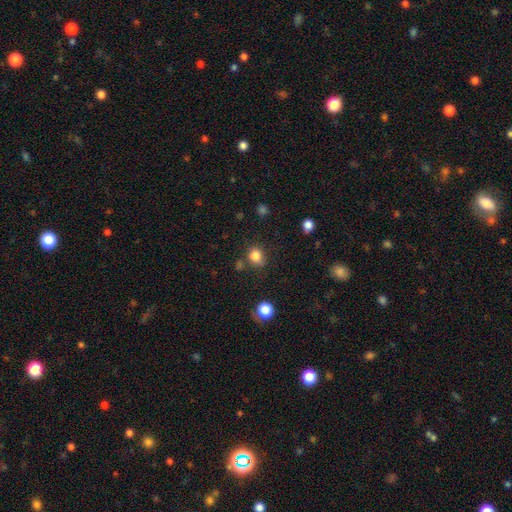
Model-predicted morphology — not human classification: Q: Smooth or featured?
A: smooth (82%); runner-up: star or artifact (12%)
Q: How rounded?
A: round (65%); runner-up: in between (34%)
Q: Merging?
A: none (65%); runner-up: minor disturbance (20%)